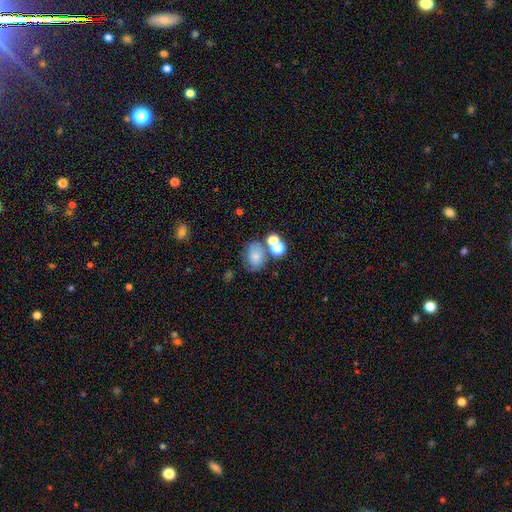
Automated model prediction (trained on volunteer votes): smooth_or_featured: smooth (p=0.65) [alt: featured or disk p=0.21]
how_rounded: in between (p=0.54) [alt: round p=0.45]
merging: none (p=0.45) [alt: merger p=0.27]